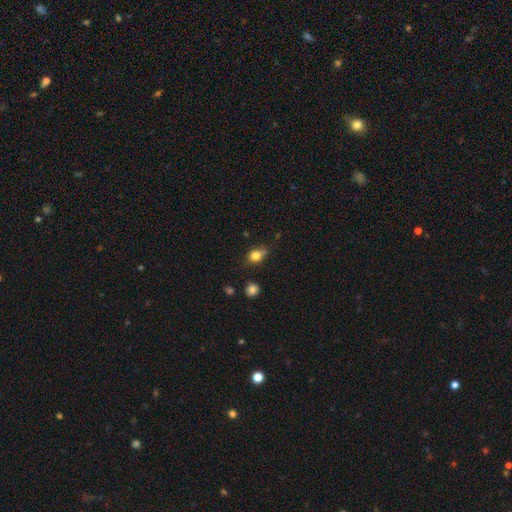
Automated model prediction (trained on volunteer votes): Smooth or featured? smooth (78%)
How rounded? in between (63%)
Merging? none (58%)